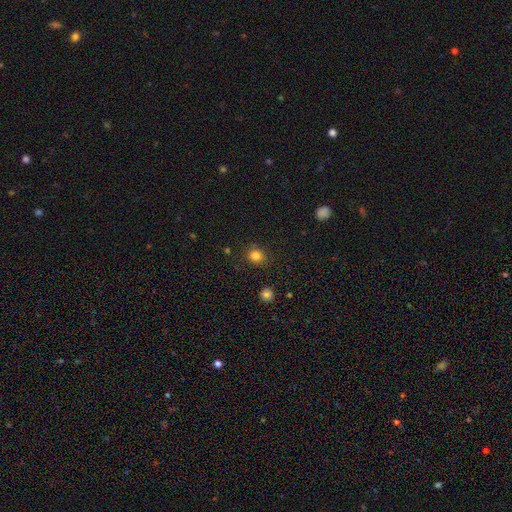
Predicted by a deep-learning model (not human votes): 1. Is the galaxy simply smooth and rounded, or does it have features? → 83% smooth, 13% star or artifact, 5% featured or disk.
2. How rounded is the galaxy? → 83% round, 16% in between, 1% cigar-shaped.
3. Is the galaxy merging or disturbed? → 86% none, 9% minor disturbance, 3% major disturbance, 2% merger.